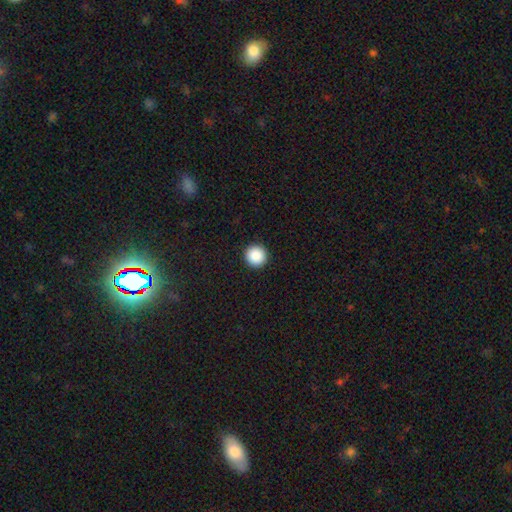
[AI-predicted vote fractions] Smooth or featured? smooth (89%)
How rounded? round (96%)
Merging? none (94%)